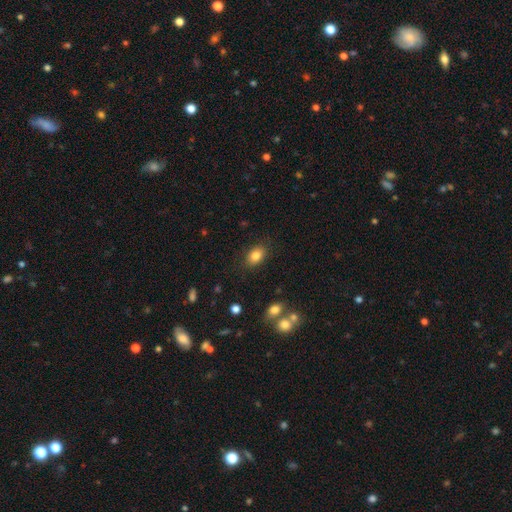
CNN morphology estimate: smooth_or_featured: smooth (p=0.83) [alt: star or artifact p=0.09]
how_rounded: in between (p=0.80) [alt: round p=0.18]
merging: none (p=0.84) [alt: minor disturbance p=0.11]